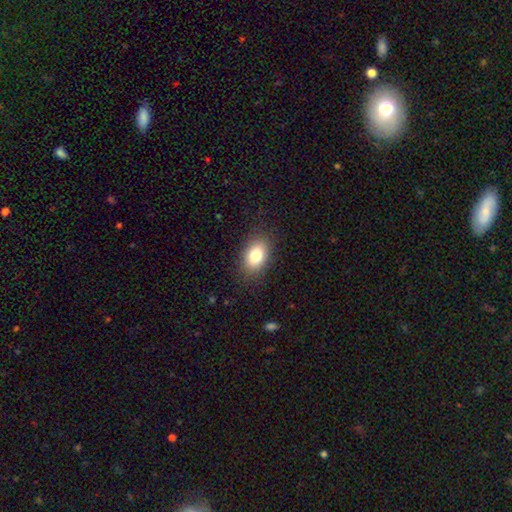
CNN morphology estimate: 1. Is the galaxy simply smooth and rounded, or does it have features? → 81% smooth, 10% featured or disk, 9% star or artifact.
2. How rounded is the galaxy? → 84% in between, 15% round, 1% cigar-shaped.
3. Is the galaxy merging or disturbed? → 86% none, 10% minor disturbance, 3% major disturbance, 1% merger.